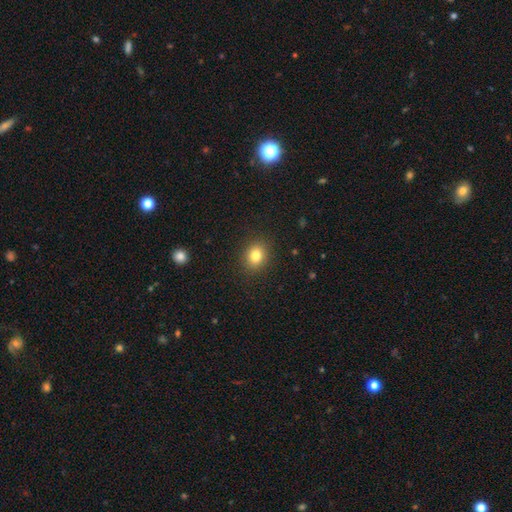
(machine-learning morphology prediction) smooth_or_featured: smooth (p=0.81) [alt: star or artifact p=0.11]
how_rounded: round (p=0.61) [alt: in between p=0.38]
merging: none (p=0.89) [alt: minor disturbance p=0.08]